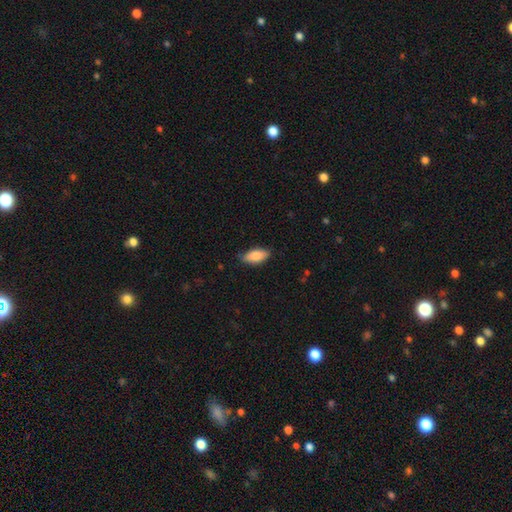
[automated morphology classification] This is clearly a smooth galaxy (83%). How rounded: clearly in between (87%). Merging: clearly none (81%).